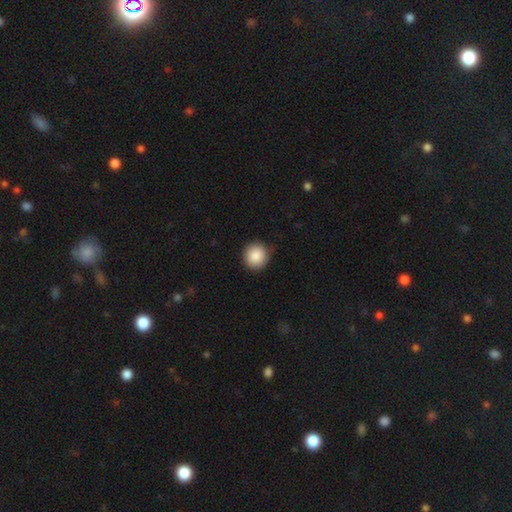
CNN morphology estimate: The model was most divided on "merging": none: 88%, minor disturbance: 9%, major disturbance: 2%, merger: 1%. More confident: how rounded — round (91%); smooth or featured — smooth (88%).